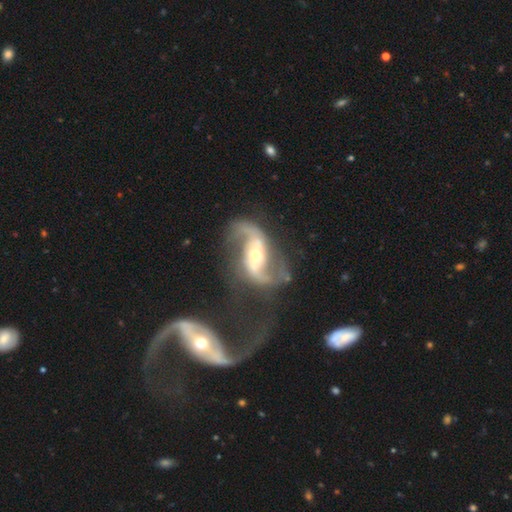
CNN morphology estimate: Smooth or featured? Predicted: featured or disk (p=0.91). Edge-on disk? Predicted: no (p=0.97). Bar? Predicted: strong (p=0.51). Spiral arms? Predicted: yes (p=0.97). Spiral winding? Predicted: loose (p=0.64). Spiral arm count? Predicted: 2 (p=0.93). Bulge size? Predicted: moderate (p=0.53). Merging? Predicted: none (p=0.64).